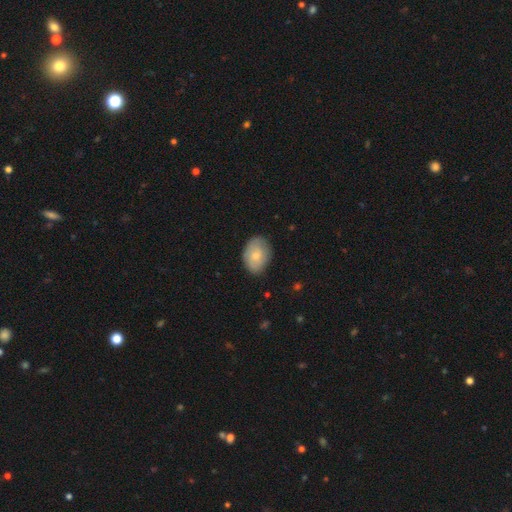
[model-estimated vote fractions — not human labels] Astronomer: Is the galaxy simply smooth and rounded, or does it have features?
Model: smooth — 70%.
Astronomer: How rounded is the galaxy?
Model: in between — 77%.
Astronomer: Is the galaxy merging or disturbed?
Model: none — 76%.